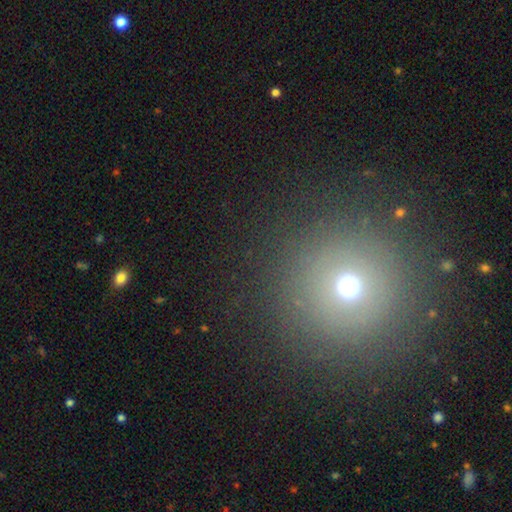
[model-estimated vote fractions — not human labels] This is possibly a smooth galaxy (60%). How rounded: clearly round (96%). Merging: clearly none (90%).